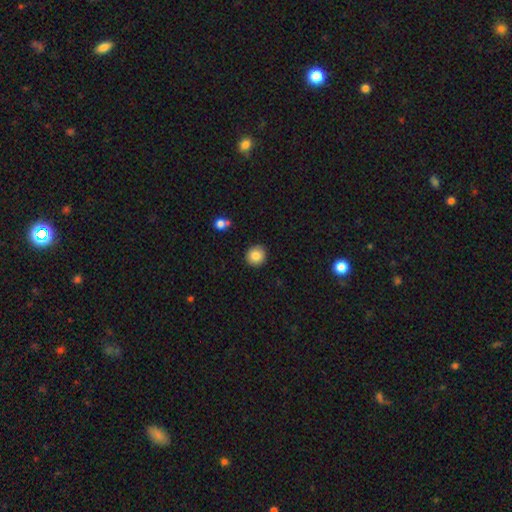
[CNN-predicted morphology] type=smooth (84%); roundness=round (90%); merging=none (91%).